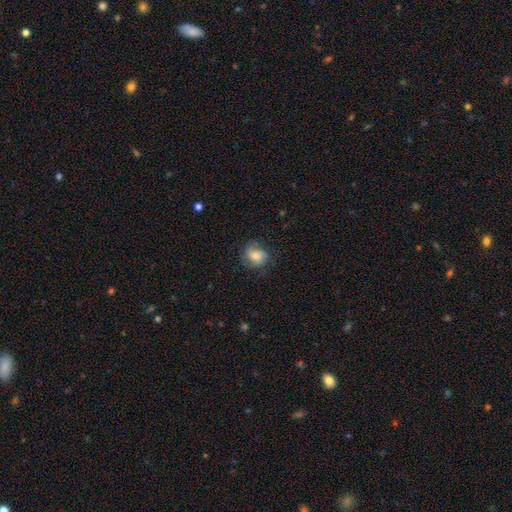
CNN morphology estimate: smooth 49%, featured or disk 42%, star or artifact 9%. Down the decision tree: merging — none (71%).